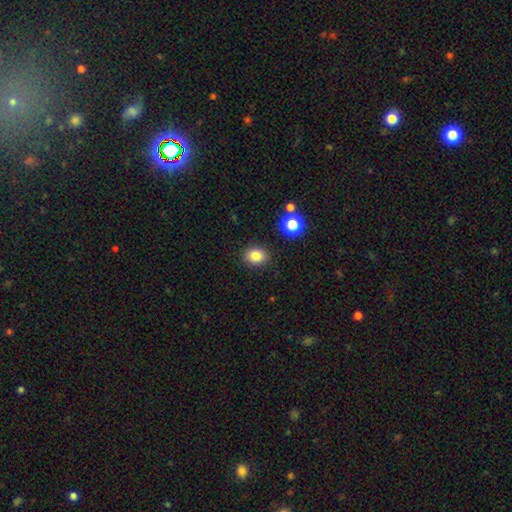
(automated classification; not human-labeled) A smooth galaxy with no disk features (83%) that is round (52%). Merging: none (88%).